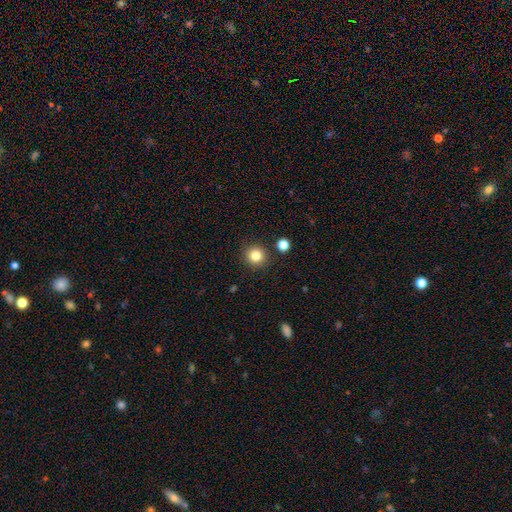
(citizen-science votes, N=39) Smooth or featured? 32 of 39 (82%) said smooth. How rounded? 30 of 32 (94%) said round. Merging? 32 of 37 (86%) said none.